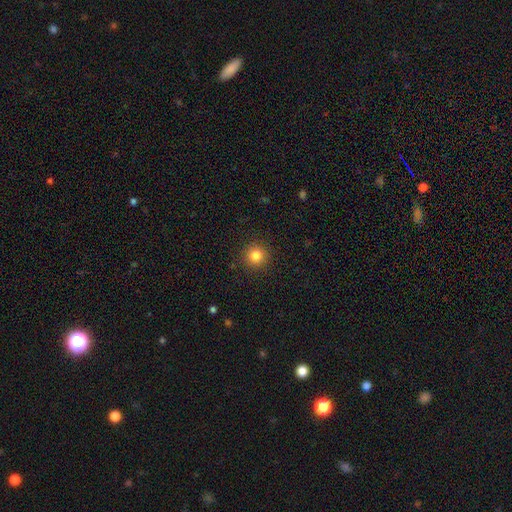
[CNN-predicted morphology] smooth-or-featured: smooth: 83% | star or artifact: 12% | featured or disk: 5%
  how-rounded: round: 95% | in between: 4% | cigar-shaped: 1%
  merging: none: 91% | minor disturbance: 6% | major disturbance: 2% | merger: 1%